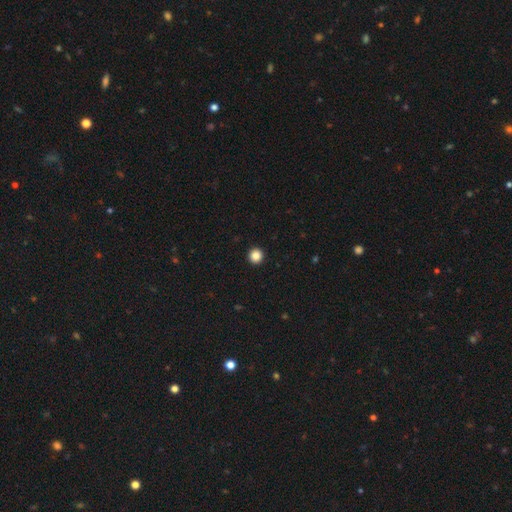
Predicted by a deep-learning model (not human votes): Smooth or featured? smooth (86%)
How rounded? round (96%)
Merging? none (94%)